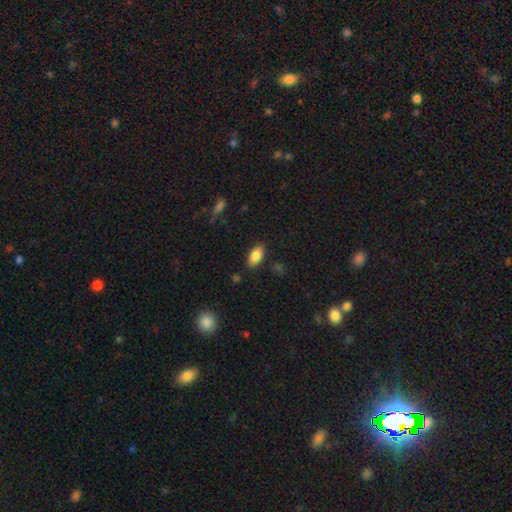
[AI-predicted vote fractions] The model was most divided on "merging": none: 86%, minor disturbance: 10%, major disturbance: 2%, merger: 2%. More confident: how rounded — in between (91%); smooth or featured — smooth (85%).